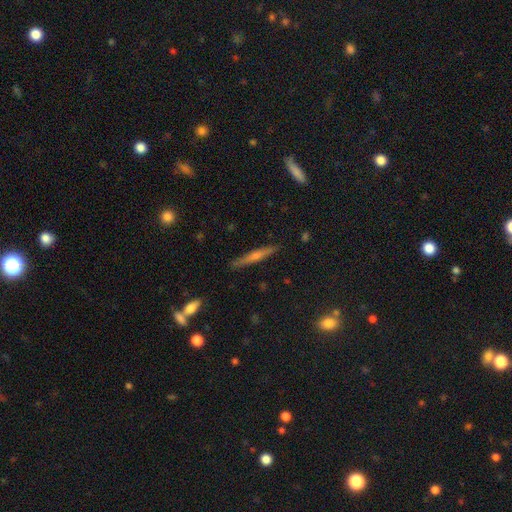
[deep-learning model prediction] The model was most divided on "smooth or featured": featured or disk: 54%, smooth: 38%, star or artifact: 8%. More confident: edge-on disk — yes (96%); merging — none (88%); edge-on bulge — rounded (66%).